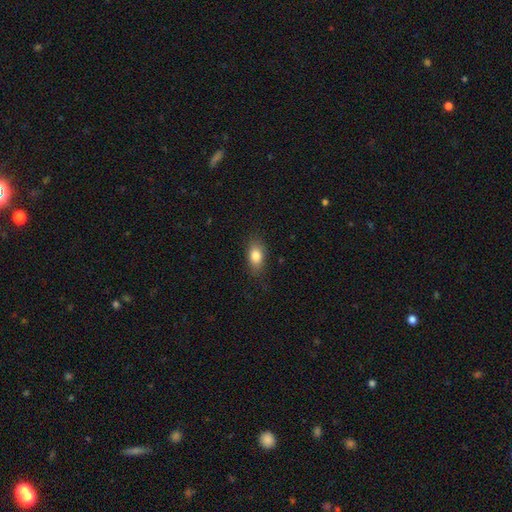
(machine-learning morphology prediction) The model was most divided on "merging": none: 81%, minor disturbance: 14%, major disturbance: 4%, merger: 1%. More confident: how rounded — in between (84%); smooth or featured — smooth (82%).